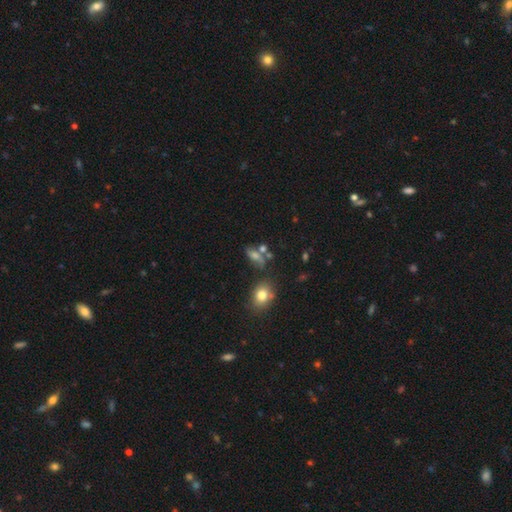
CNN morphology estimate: The model was most divided on "merging": none: 45%, merger: 26%, minor disturbance: 18%, major disturbance: 11%. More confident: how rounded — in between (68%); smooth or featured — smooth (60%).